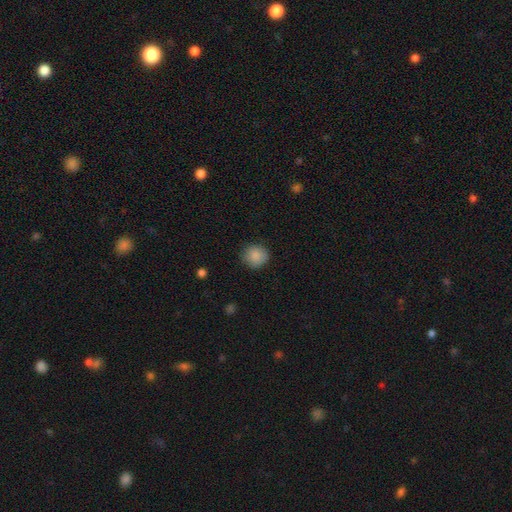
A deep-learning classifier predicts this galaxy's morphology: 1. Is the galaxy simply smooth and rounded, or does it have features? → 87% smooth, 8% star or artifact, 5% featured or disk.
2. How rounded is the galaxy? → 90% round, 9% in between, 1% cigar-shaped.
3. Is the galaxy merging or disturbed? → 84% none, 12% minor disturbance, 3% major disturbance, 1% merger.